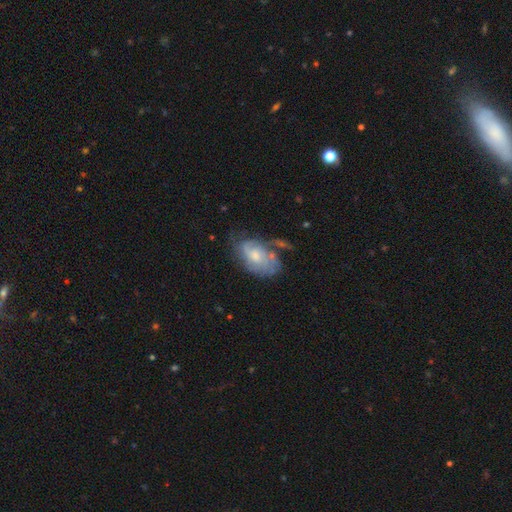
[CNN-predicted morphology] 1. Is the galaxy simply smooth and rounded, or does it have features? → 65% featured or disk, 28% smooth, 7% star or artifact.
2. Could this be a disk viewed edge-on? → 96% no, 4% yes.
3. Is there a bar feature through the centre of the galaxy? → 71% no, 26% weak, 3% strong.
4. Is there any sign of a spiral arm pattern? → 79% yes, 21% no.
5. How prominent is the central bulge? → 53% moderate, 32% small, 8% large, 5% none, 1% dominant.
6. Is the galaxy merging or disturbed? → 45% none, 26% minor disturbance, 19% major disturbance, 9% merger.